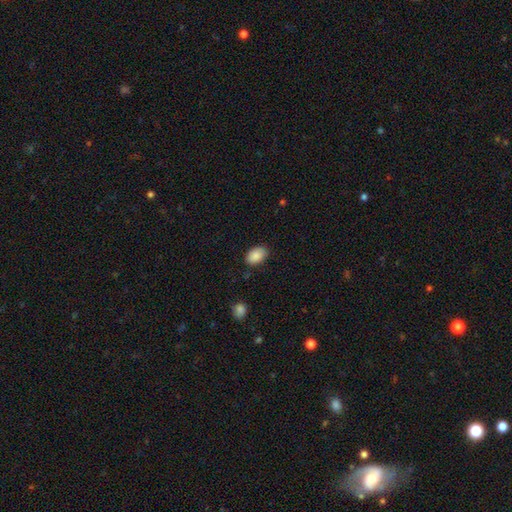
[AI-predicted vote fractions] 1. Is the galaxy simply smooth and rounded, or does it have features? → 89% smooth, 7% star or artifact, 4% featured or disk.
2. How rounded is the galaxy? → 89% in between, 10% round, 1% cigar-shaped.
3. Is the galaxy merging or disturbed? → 84% none, 12% minor disturbance, 3% major disturbance, 1% merger.